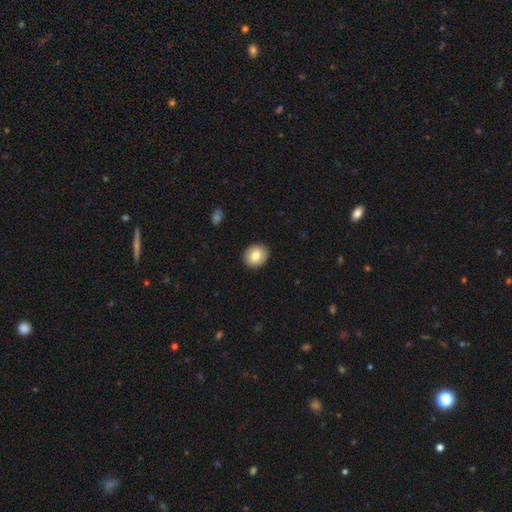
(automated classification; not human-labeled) Overall: smooth (80%). How rounded: round (73%). Merging: none (91%).